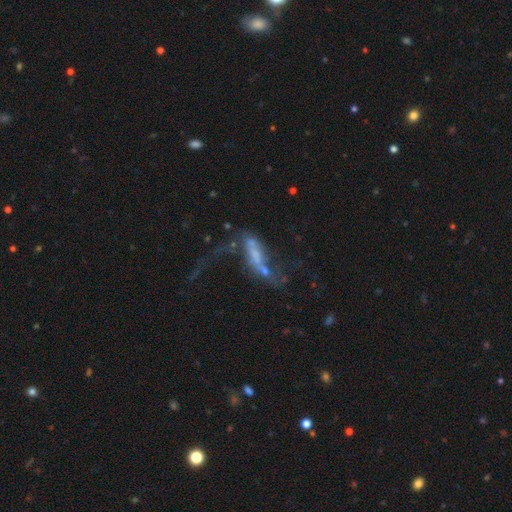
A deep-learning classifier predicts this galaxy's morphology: type=featured or disk (65%); edge-on=no (79%); bar=no (43%); spiral arms=yes (57%); bulge=none (50%); merging=major disturbance (39%).